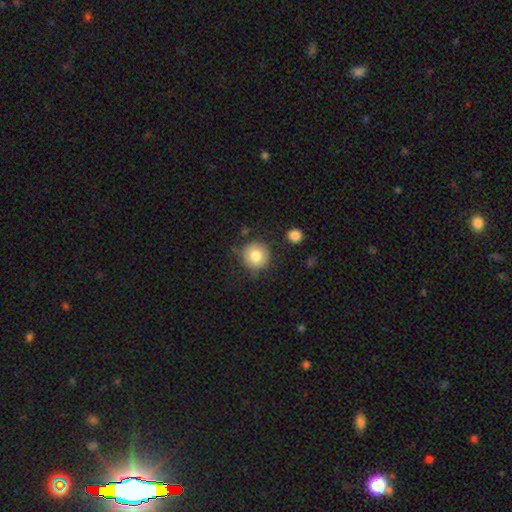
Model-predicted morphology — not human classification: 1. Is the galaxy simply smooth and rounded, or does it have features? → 81% smooth, 9% featured or disk, 9% star or artifact.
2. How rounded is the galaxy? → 94% round, 5% in between, 1% cigar-shaped.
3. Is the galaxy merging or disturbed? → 80% none, 13% minor disturbance, 4% major disturbance, 3% merger.